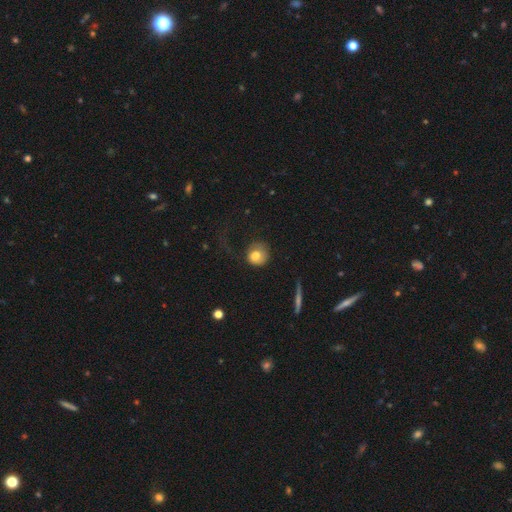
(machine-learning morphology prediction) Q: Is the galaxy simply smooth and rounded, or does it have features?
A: smooth — 74%.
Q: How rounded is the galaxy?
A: round — 87%.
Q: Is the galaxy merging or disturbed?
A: none — 51%.